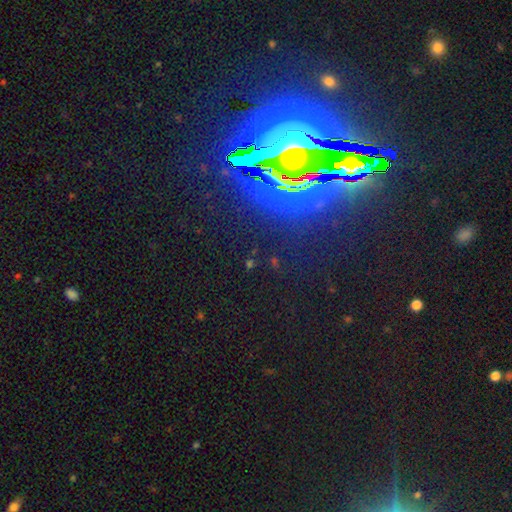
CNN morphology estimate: star or artifact 76%, featured or disk 15%, smooth 10%.